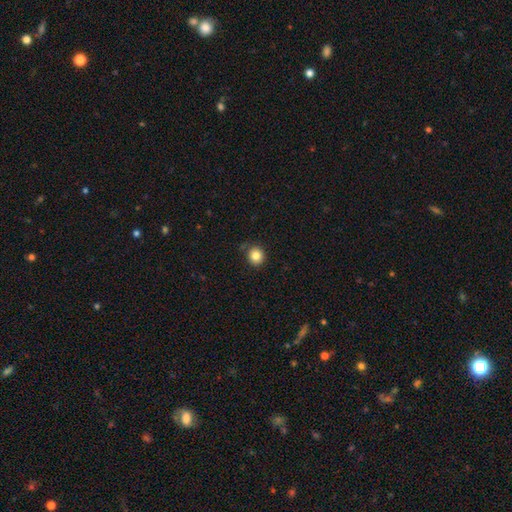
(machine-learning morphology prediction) smooth_or_featured: smooth (p=0.83) [alt: star or artifact p=0.11]
how_rounded: round (p=0.87) [alt: in between p=0.12]
merging: none (p=0.84) [alt: minor disturbance p=0.11]